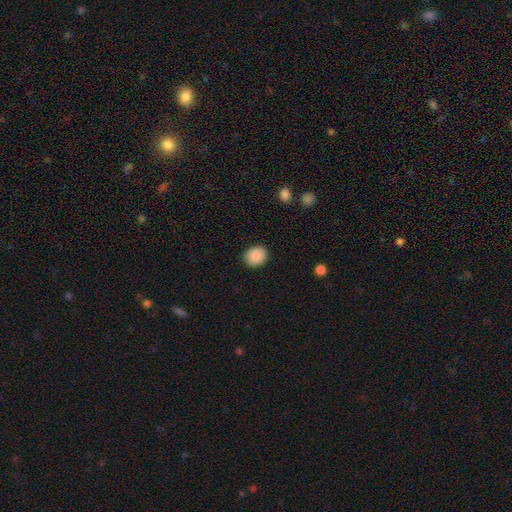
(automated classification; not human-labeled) smooth_or_featured: smooth (p=0.86) [alt: star or artifact p=0.08]
how_rounded: round (p=0.69) [alt: in between p=0.30]
merging: none (p=0.90) [alt: minor disturbance p=0.07]